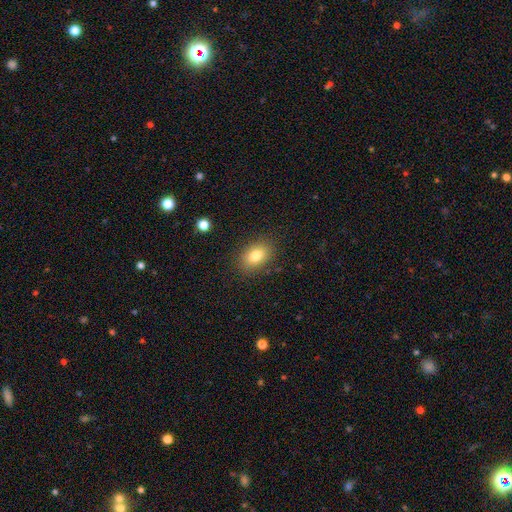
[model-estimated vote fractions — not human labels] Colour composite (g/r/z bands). It shows a smooth galaxy with no disk features (81%) that is in between round and cigar-shaped (83%). Merging: none (86%).